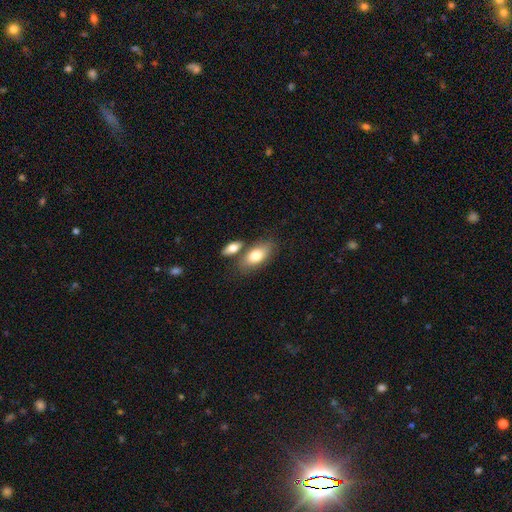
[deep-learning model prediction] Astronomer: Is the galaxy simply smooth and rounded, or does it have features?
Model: smooth — 76%.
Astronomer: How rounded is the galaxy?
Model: in between — 88%.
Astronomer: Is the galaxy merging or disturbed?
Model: none — 58%.